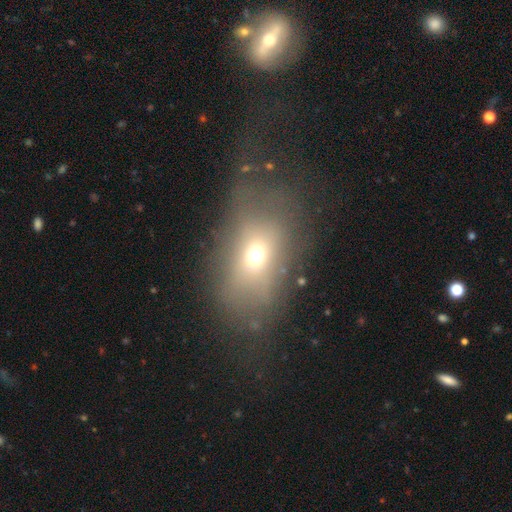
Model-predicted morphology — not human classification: The model was most divided on "merging": none: 48%, major disturbance: 26%, minor disturbance: 22%, merger: 4%. More confident: how rounded — in between (72%); smooth or featured — smooth (59%).